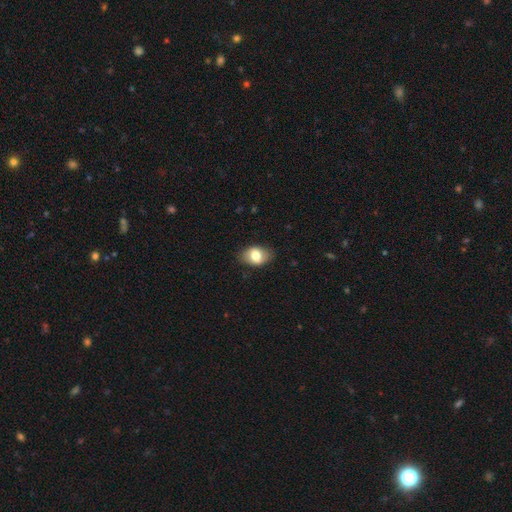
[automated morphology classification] Q: Smooth or featured?
A: smooth (73%); runner-up: featured or disk (19%)
Q: How rounded?
A: in between (81%); runner-up: round (18%)
Q: Merging?
A: none (79%); runner-up: minor disturbance (16%)